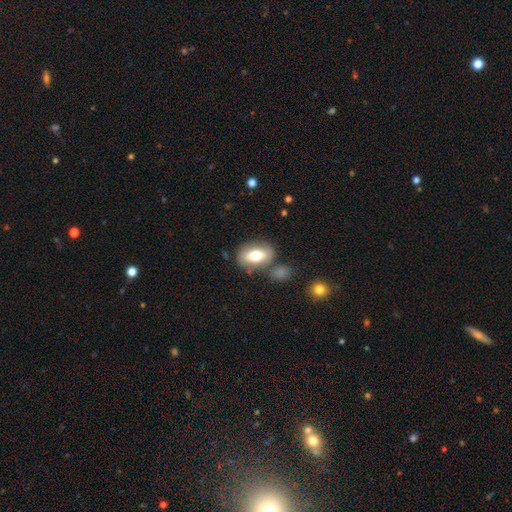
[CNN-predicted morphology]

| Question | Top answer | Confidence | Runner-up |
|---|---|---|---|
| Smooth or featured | smooth | 66% | featured or disk (27%) |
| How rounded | in between | 85% | round (12%) |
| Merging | none | 68% | minor disturbance (15%) |